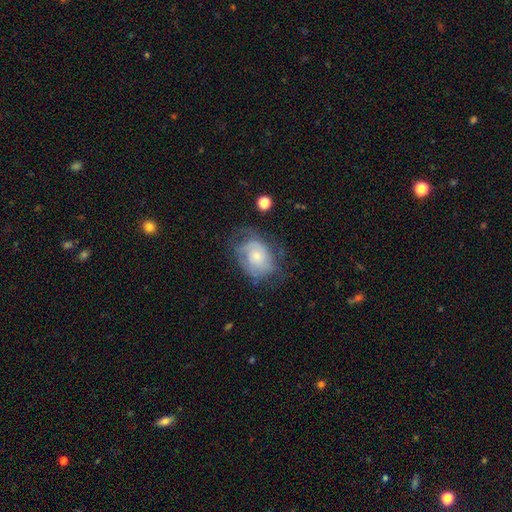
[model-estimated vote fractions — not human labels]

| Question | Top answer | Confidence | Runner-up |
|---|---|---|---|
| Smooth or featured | featured or disk | 59% | smooth (33%) |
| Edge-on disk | no | 97% | yes (3%) |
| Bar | no | 80% | weak (18%) |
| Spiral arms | yes | 75% | no (25%) |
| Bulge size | small | 62% | moderate (30%) |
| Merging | none | 53% | minor disturbance (27%) |